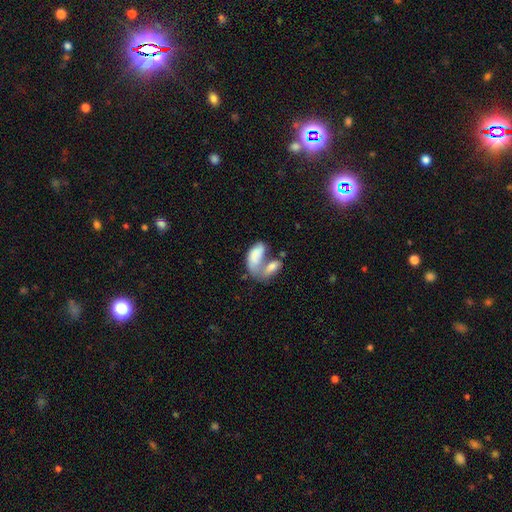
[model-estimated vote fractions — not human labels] Overall: smooth (69%). How rounded: in between (91%). Merging: merger (66%).